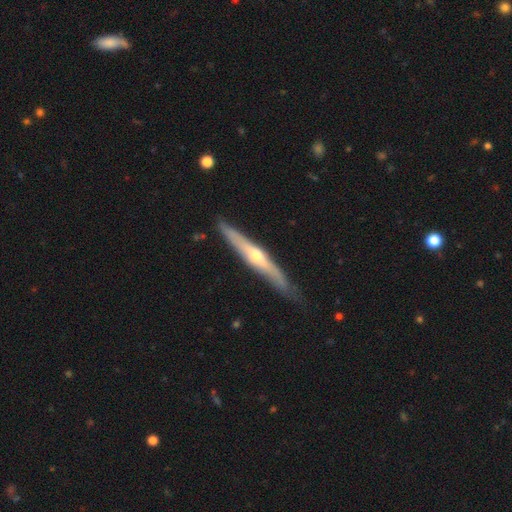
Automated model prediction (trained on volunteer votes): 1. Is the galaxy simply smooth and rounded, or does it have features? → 70% featured or disk, 25% smooth, 5% star or artifact.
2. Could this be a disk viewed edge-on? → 94% yes, 6% no.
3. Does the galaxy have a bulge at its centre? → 85% rounded, 11% none, 4% boxy.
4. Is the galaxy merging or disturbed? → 82% none, 14% minor disturbance, 2% major disturbance, 1% merger.